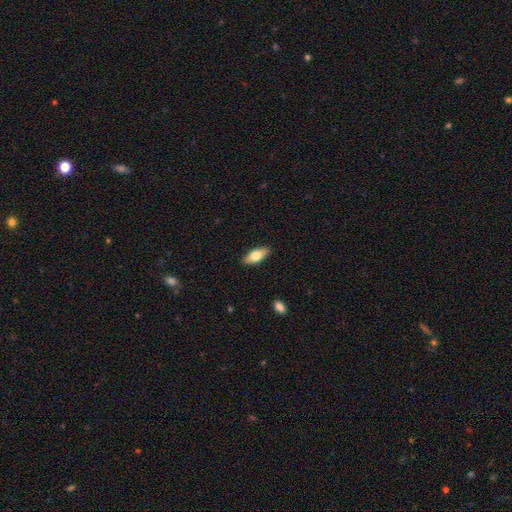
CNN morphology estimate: Smooth or featured? Predicted: smooth (p=0.71). How rounded? Predicted: in between (p=0.80). Merging? Predicted: none (p=0.89).